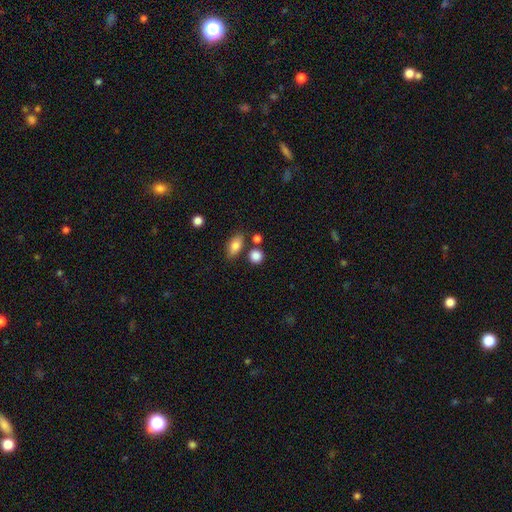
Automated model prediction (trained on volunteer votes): smooth-or-featured: smooth: 84% | star or artifact: 10% | featured or disk: 5%
  how-rounded: round: 78% | in between: 20% | cigar-shaped: 2%
  merging: none: 73% | merger: 14% | minor disturbance: 10% | major disturbance: 3%